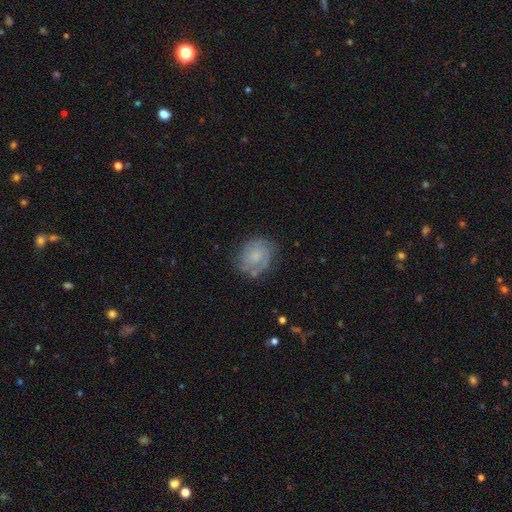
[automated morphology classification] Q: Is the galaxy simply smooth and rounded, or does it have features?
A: featured or disk — 55%.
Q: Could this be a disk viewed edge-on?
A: no — 97%.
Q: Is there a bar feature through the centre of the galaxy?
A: no — 75%.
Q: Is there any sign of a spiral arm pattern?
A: yes — 79%.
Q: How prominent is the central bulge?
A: small — 43%.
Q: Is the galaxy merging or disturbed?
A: none — 67%.